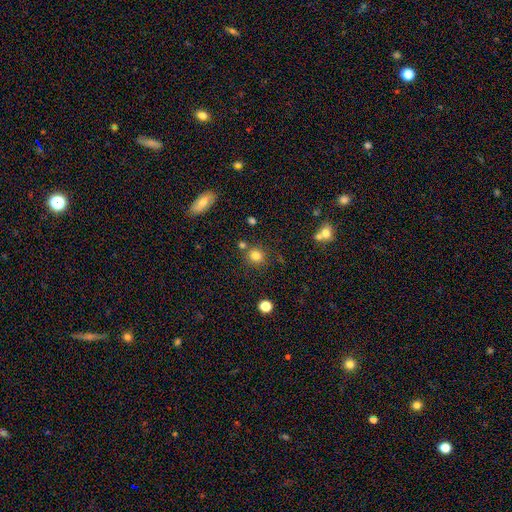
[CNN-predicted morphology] This is clearly a smooth galaxy (80%). How rounded: clearly round (84%). Merging: likely none (74%).